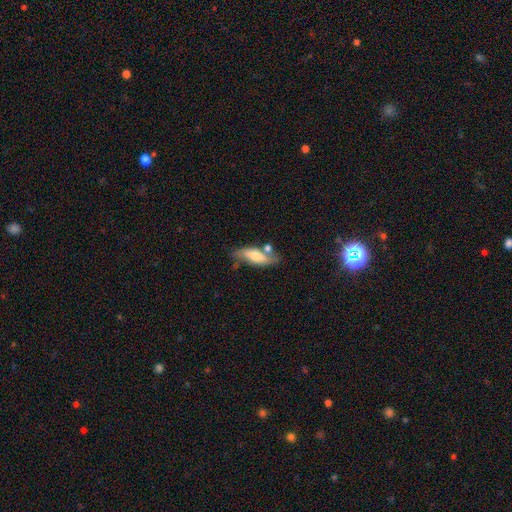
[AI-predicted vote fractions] This is possibly a smooth galaxy (56%). How rounded: likely in between (67%). Merging: possibly none (53%).